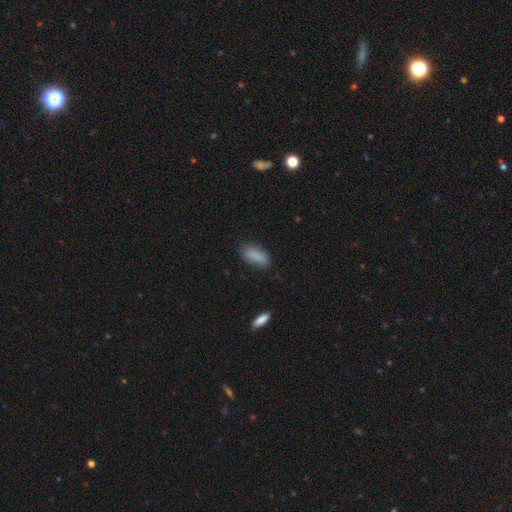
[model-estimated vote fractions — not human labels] A smooth galaxy with no disk features (88%) that is in between round and cigar-shaped (85%).

Vote fractions:
- Smooth or featured? smooth: 88% / star or artifact: 8% / featured or disk: 5%
- How rounded? in between: 85% / cigar-shaped: 13% / round: 3%
- Merging? none: 78% / minor disturbance: 17% / major disturbance: 4% / merger: 2%